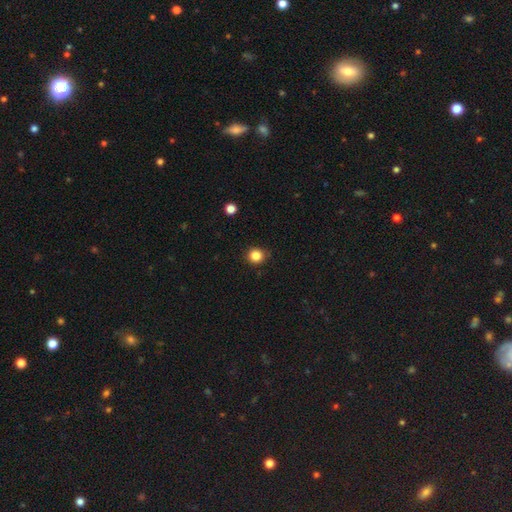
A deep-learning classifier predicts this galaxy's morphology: Smooth or featured: smooth — 85% (star or artifact — 11%)
How rounded: round — 90% (in between — 9%)
Merging: none — 88% (minor disturbance — 8%)